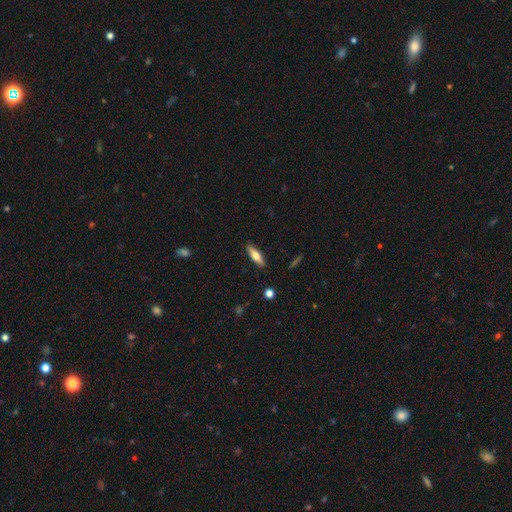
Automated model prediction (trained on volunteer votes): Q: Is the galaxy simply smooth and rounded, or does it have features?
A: smooth — 64%.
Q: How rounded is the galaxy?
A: cigar-shaped — 53%.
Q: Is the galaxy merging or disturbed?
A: none — 89%.